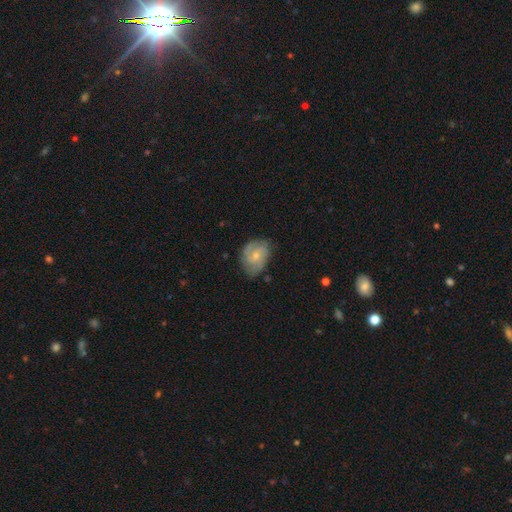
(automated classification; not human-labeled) smooth-or-featured: featured or disk: 60% | smooth: 33% | star or artifact: 6%
  disk-edge-on: no: 97% | yes: 3%
    bar: no: 67% | weak: 29% | strong: 4%
    has-spiral-arms: yes: 86% | no: 14%
      spiral-winding: medium: 42% (tied) | tight: 42% (tied) | loose: 16%
      spiral-arm-count: 2: 50% | can't tell: 24% | 3: 15% | 1: 4% | 4: 3% | more than 4: 3%
    bulge-size: small: 60% | moderate: 36% | none: 2% | large: 1% | dominant: 1%
  merging: none: 64% | minor disturbance: 27% | major disturbance: 8% | merger: 2%